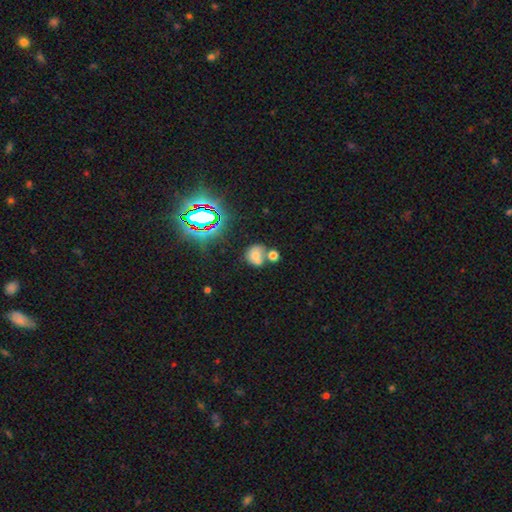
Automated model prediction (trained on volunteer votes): Q: Smooth or featured?
A: smooth (63%); runner-up: star or artifact (21%)
Q: How rounded?
A: round (70%); runner-up: in between (29%)
Q: Merging?
A: merger (45%); runner-up: none (38%)